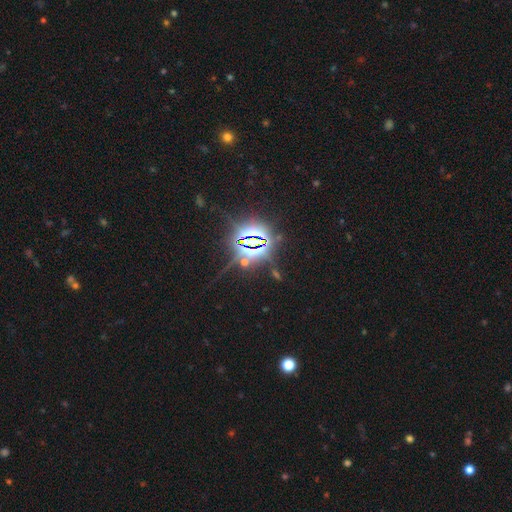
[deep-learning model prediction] A star or artifact, not a galaxy (85%).

Vote fractions:
- Smooth or featured? star or artifact: 85% / smooth: 8% / featured or disk: 7%